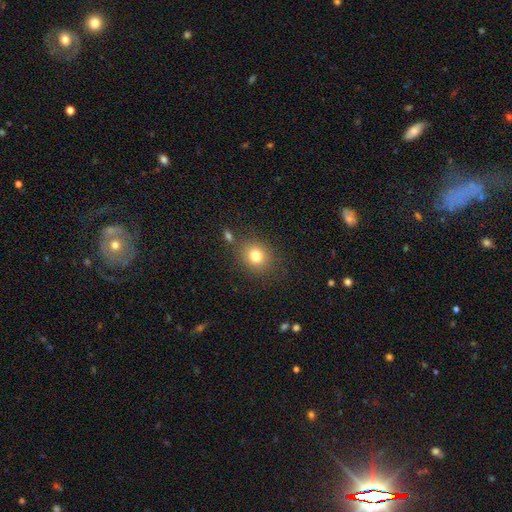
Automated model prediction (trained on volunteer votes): Q: Smooth or featured?
A: smooth (79%); runner-up: star or artifact (12%)
Q: How rounded?
A: round (70%); runner-up: in between (29%)
Q: Merging?
A: none (79%); runner-up: minor disturbance (11%)